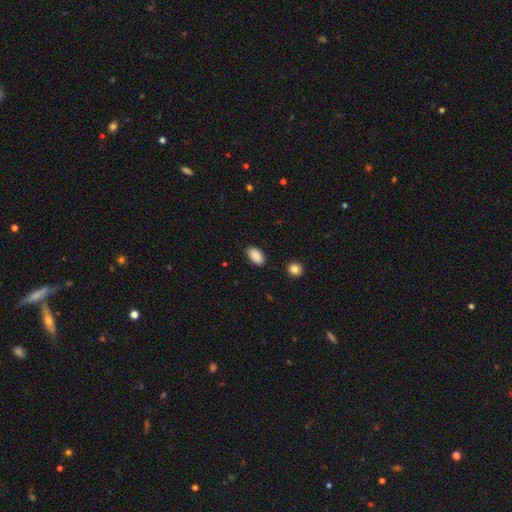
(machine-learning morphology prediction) A smooth galaxy with no disk features (89%) that is in between round and cigar-shaped (94%).

Vote fractions:
- Smooth or featured? smooth: 89% / star or artifact: 7% / featured or disk: 4%
- How rounded? in between: 94% / round: 4% / cigar-shaped: 2%
- Merging? none: 88% / minor disturbance: 9% / major disturbance: 2% / merger: 1%